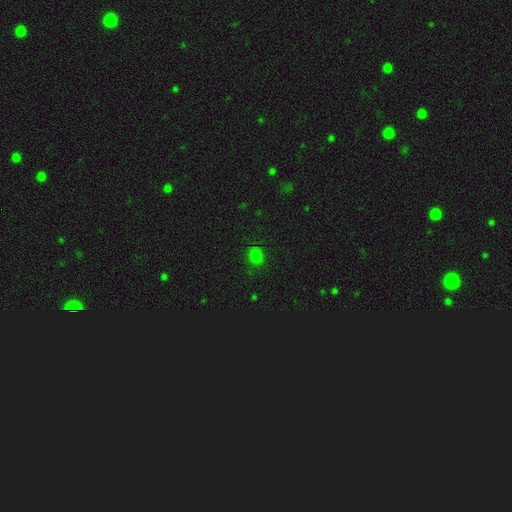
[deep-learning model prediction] Overall: smooth (77%). How rounded: round (67%; in between 32%). Merging: none (85%).